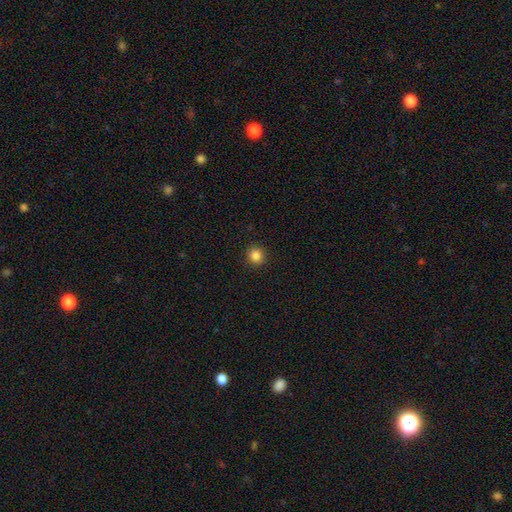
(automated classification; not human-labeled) This appears to be a smooth galaxy with no disk features (85%) that is round (93%). Merging: none (93%).